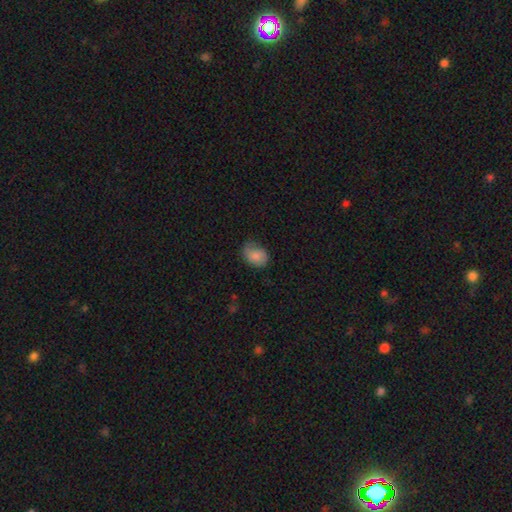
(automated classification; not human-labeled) smooth_or_featured: smooth (p=0.75) [alt: featured or disk p=0.17]
how_rounded: in between (p=0.67) [alt: round p=0.32]
merging: none (p=0.57) [alt: minor disturbance p=0.32]